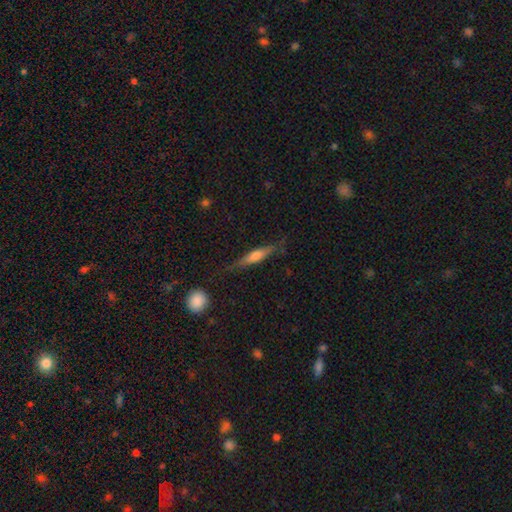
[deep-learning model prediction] Q: Smooth or featured?
A: smooth (50%); runner-up: featured or disk (44%)
Q: Merging?
A: none (76%); runner-up: minor disturbance (17%)